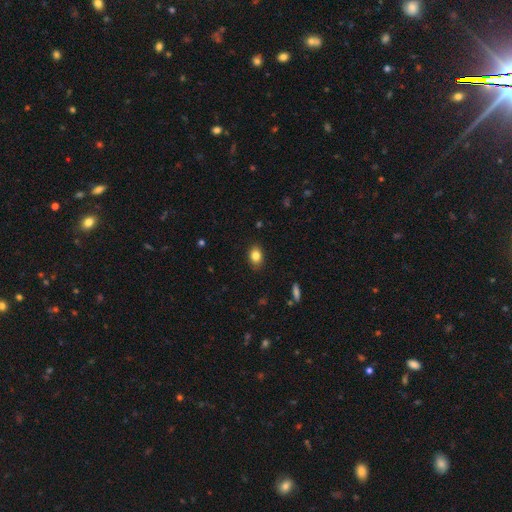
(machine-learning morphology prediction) Smooth or featured?
  - smooth: 84% *
  - star or artifact: 9%
  - featured or disk: 7%
How rounded?
  - in between: 72% *
  - round: 26%
  - cigar-shaped: 1%
Merging?
  - none: 88% *
  - minor disturbance: 9%
  - major disturbance: 2%
  - merger: 1%